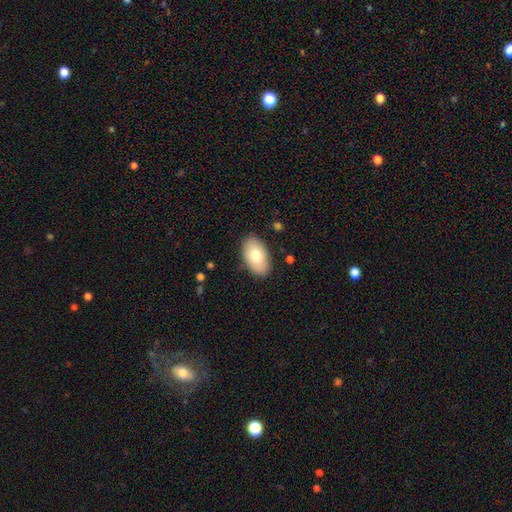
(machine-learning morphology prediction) This is likely a smooth galaxy (76%). How rounded: clearly in between (94%). Merging: clearly none (86%).